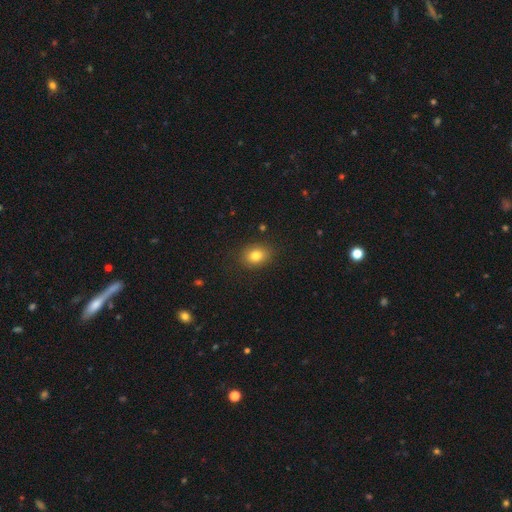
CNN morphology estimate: smooth_or_featured: smooth (p=0.81) [alt: star or artifact p=0.11]
how_rounded: in between (p=0.56) [alt: round p=0.43]
merging: none (p=0.86) [alt: minor disturbance p=0.11]